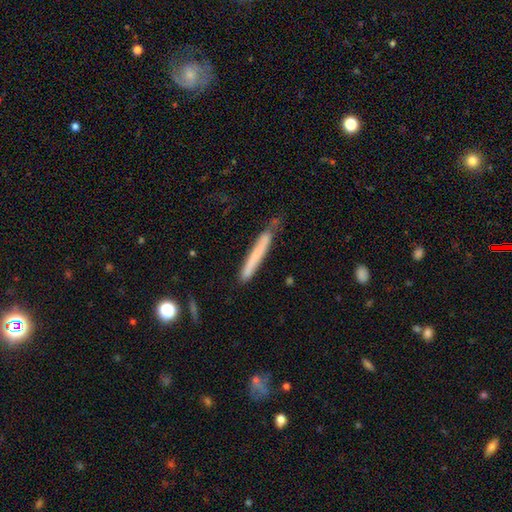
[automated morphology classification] Smooth or featured?
  - smooth: 65% *
  - featured or disk: 28%
  - star or artifact: 7%
How rounded?
  - cigar-shaped: 96% *
  - in between: 2%
  - round: 1%
Merging?
  - none: 70% *
  - minor disturbance: 22%
  - major disturbance: 4%
  - merger: 3%